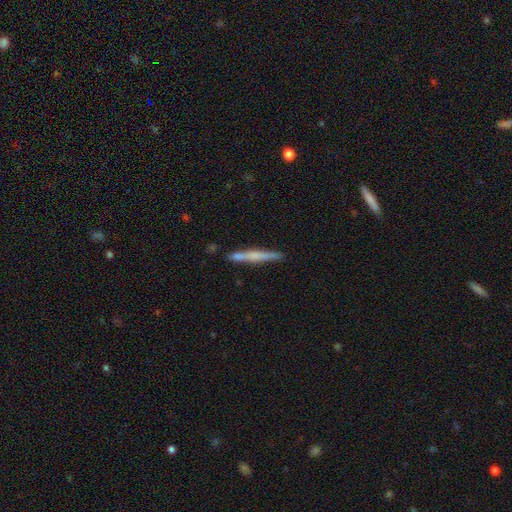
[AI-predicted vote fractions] This appears to be a smooth galaxy with no disk features (47%, tied with featured or disk). Merging: none (80%).